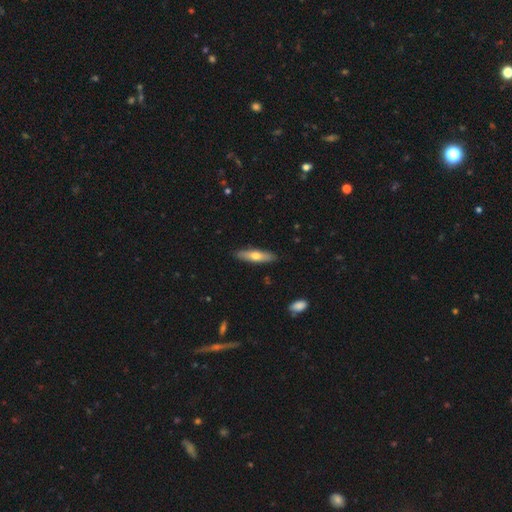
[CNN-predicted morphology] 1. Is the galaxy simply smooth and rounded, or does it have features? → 59% smooth, 35% featured or disk, 6% star or artifact.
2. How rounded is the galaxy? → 68% cigar-shaped, 30% in between, 2% round.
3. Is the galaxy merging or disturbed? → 89% none, 8% minor disturbance, 2% major disturbance, 1% merger.